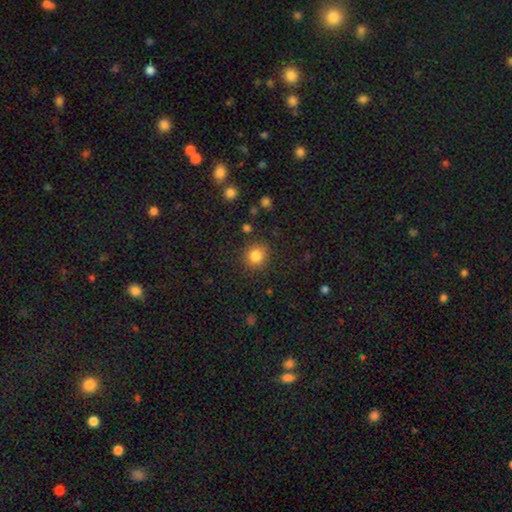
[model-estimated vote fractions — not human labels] Smooth or featured? Predicted: smooth (p=0.84). How rounded? Predicted: round (p=0.87). Merging? Predicted: none (p=0.85).